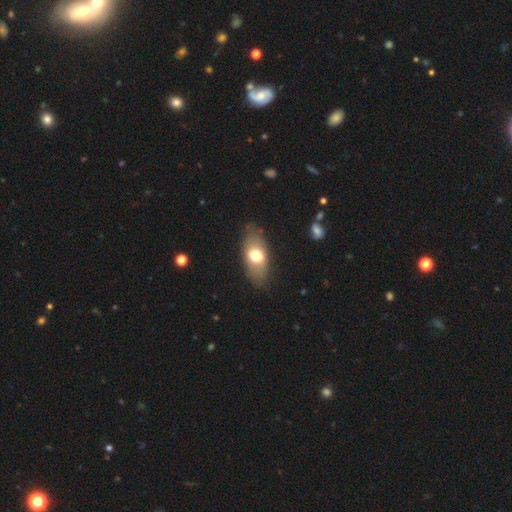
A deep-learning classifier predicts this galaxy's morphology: This appears to be a smooth galaxy with no disk features (65%) that is in between round and cigar-shaped (86%). Merging: none (82%).